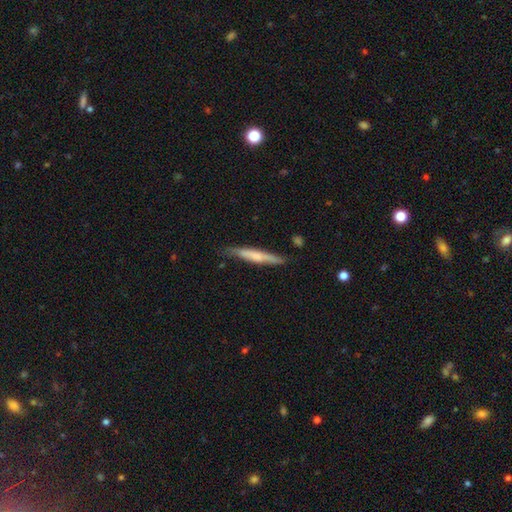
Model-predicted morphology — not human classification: This appears to be a smooth galaxy with no disk features (53%) that is cigar-shaped (94%). Merging: none (80%).